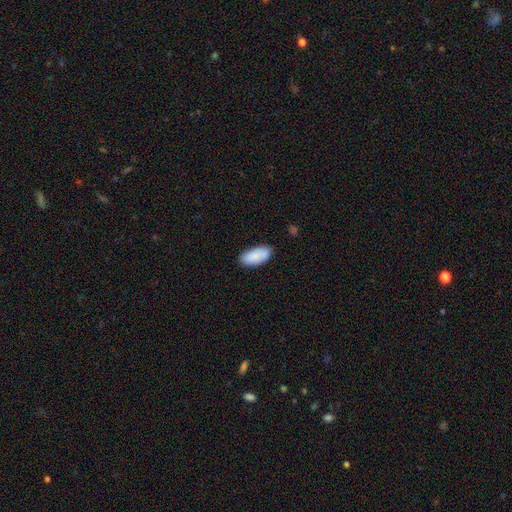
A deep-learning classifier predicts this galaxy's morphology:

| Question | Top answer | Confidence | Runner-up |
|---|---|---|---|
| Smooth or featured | smooth | 86% | featured or disk (8%) |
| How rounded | in between | 91% | cigar-shaped (7%) |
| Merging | none | 80% | minor disturbance (15%) |